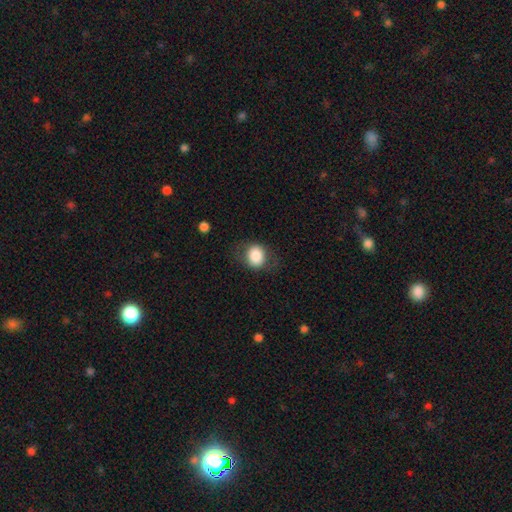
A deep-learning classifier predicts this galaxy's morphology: This appears to be a smooth galaxy with no disk features (83%) that is round (63%). Merging: none (73%).